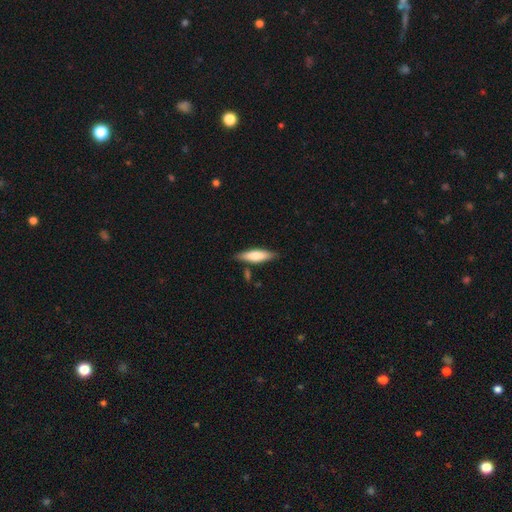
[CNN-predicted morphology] smooth 67%, featured or disk 27%, star or artifact 6%. Down the decision tree: how rounded — cigar-shaped (63%); merging — none (81%).